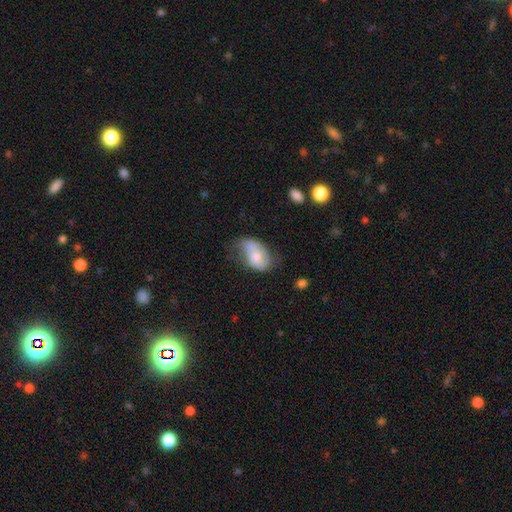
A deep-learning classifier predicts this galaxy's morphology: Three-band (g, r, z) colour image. It shows a smooth galaxy with no disk features (64%) that is in between round and cigar-shaped (91%). Merging: minor disturbance (40%).